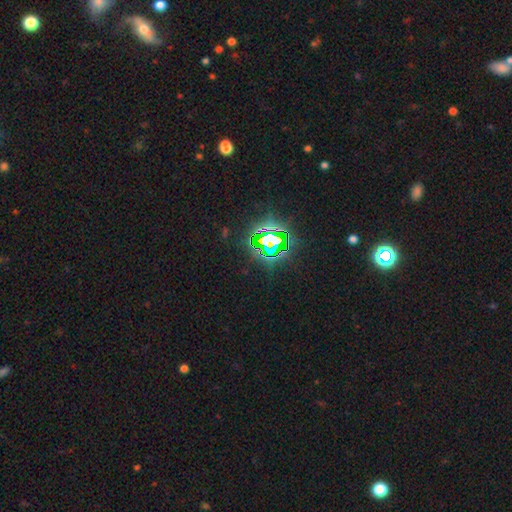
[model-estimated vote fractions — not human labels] Q: Smooth or featured?
A: star or artifact (81%); runner-up: smooth (12%)